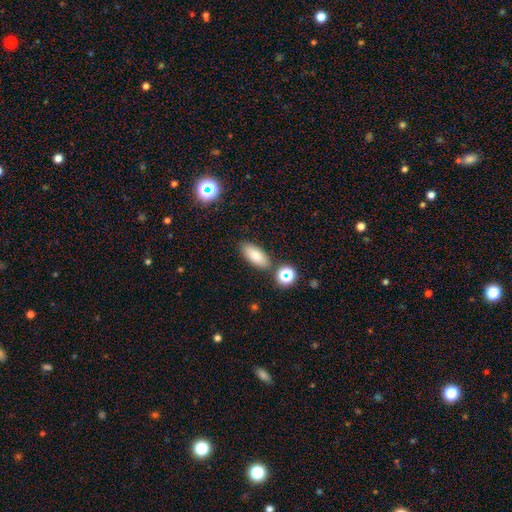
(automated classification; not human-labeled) Q: Smooth or featured?
A: smooth (77%); runner-up: featured or disk (13%)
Q: How rounded?
A: in between (81%); runner-up: cigar-shaped (14%)
Q: Merging?
A: none (82%); runner-up: minor disturbance (10%)